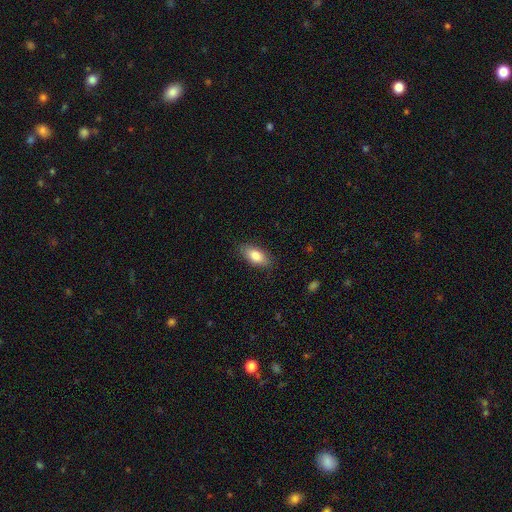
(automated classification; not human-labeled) smooth-or-featured: smooth: 82% | featured or disk: 11% | star or artifact: 7%
  how-rounded: in between: 87% | cigar-shaped: 9% | round: 3%
  merging: none: 86% | minor disturbance: 11% | major disturbance: 3% | merger: 1%